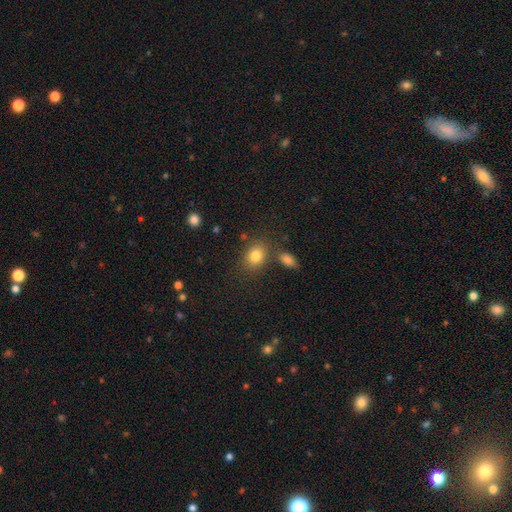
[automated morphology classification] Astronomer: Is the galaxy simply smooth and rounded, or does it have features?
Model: smooth — 81%.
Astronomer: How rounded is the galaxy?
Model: in between — 61% (runner-up: round, 38%).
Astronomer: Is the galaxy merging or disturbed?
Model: none — 71%.